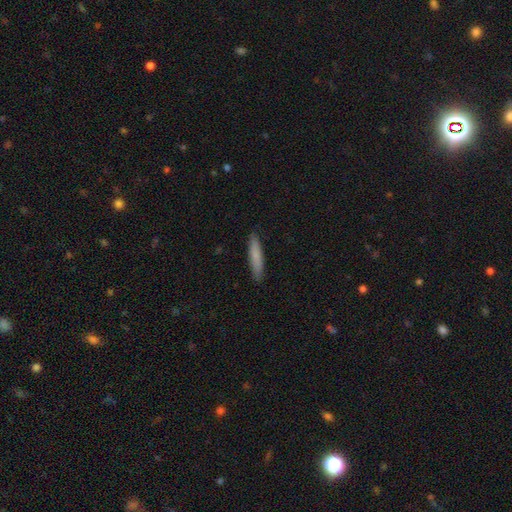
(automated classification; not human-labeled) Morphology: type=smooth (77%); roundness=cigar-shaped (90%); merging=none (89%).